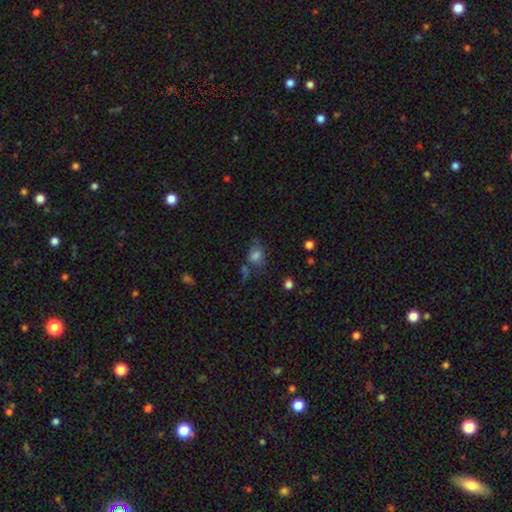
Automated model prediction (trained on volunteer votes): A smooth galaxy with no disk features (67%) that is in between round and cigar-shaped (64%).

Vote fractions:
- Smooth or featured? smooth: 67% / featured or disk: 16% / star or artifact: 16%
- How rounded? in between: 64% / round: 34% / cigar-shaped: 2%
- Merging? none: 42% / minor disturbance: 24% / major disturbance: 18% / merger: 16%